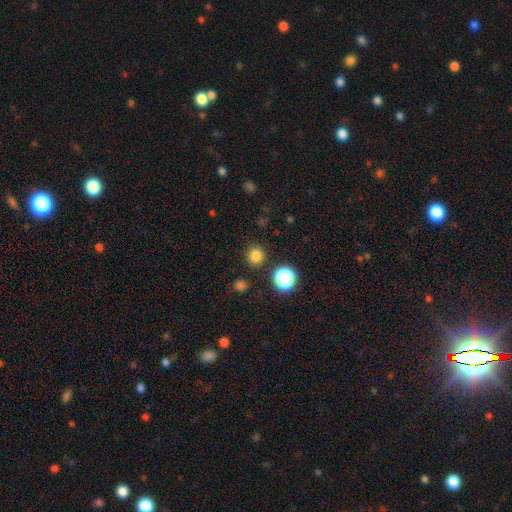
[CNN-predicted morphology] Overall: smooth (80%). How rounded: round (91%). Merging: none (88%).